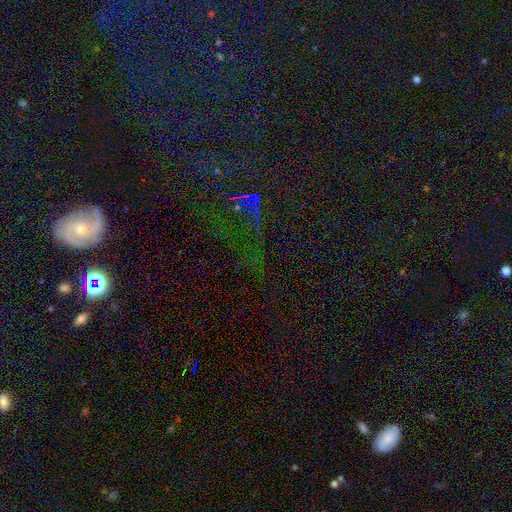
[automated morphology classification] Smooth or featured? Predicted: star or artifact (p=0.59).